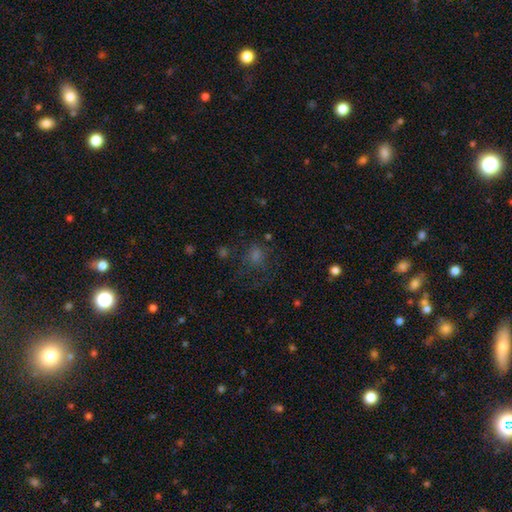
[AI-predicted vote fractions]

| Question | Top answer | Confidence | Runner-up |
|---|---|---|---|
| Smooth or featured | smooth | 48% | star or artifact (35%) |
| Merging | none | 61% | major disturbance (19%) |